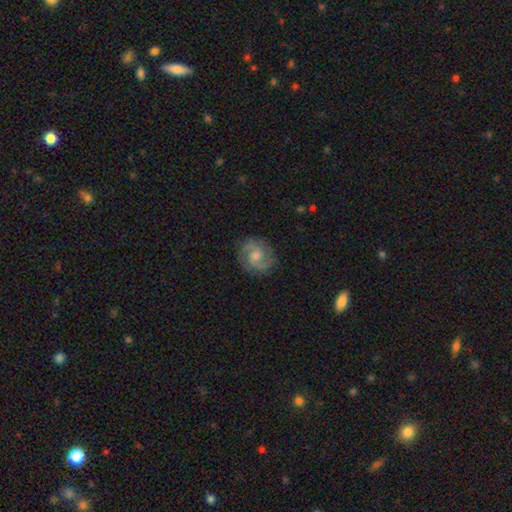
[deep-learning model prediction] featured or disk 81%, smooth 12%, star or artifact 7%. Down the decision tree: edge-on disk — no (98%); bar — weak (47%); spiral arms — yes (96%); spiral arm count — 2 (89%); spiral winding — medium (50%); bulge size — moderate (56%); merging — none (85%).